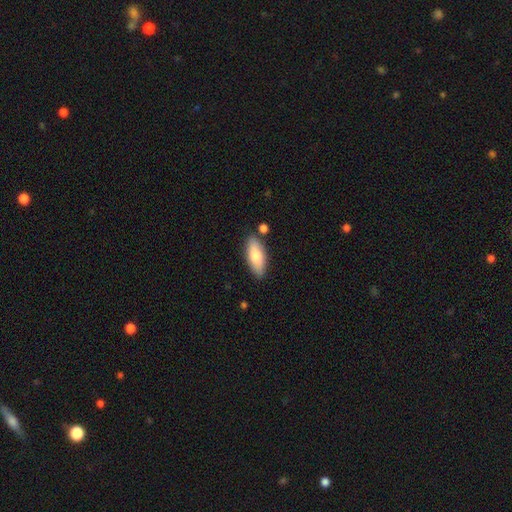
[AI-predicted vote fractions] smooth 77%, featured or disk 17%, star or artifact 6%. Down the decision tree: how rounded — in between (75%); merging — none (81%).